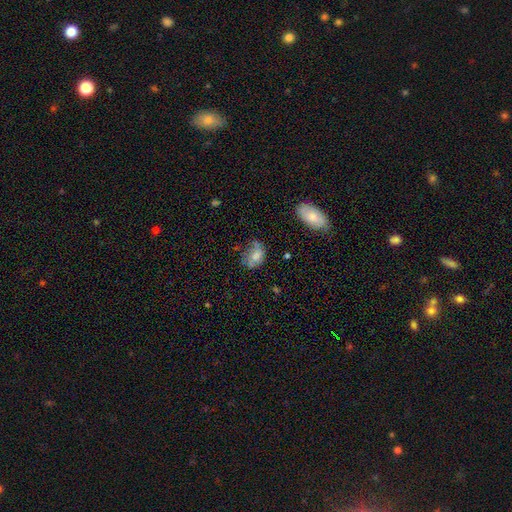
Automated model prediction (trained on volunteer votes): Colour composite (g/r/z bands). It shows a smooth galaxy with no disk features (66%) that is in between round and cigar-shaped (77%). Merging: none (43%).